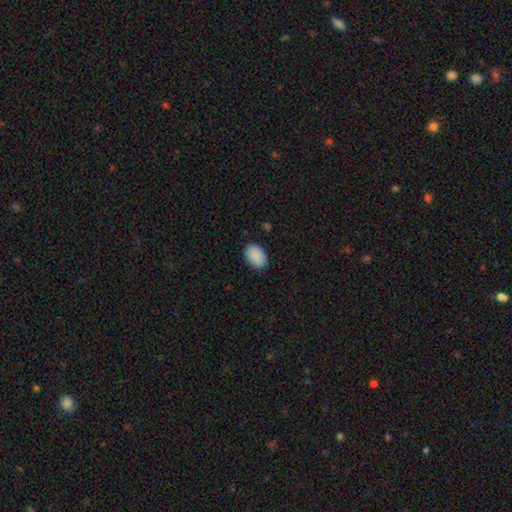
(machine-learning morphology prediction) Smooth or featured?
  - smooth: 90% *
  - star or artifact: 7%
  - featured or disk: 3%
How rounded?
  - in between: 85% *
  - round: 14%
  - cigar-shaped: 1%
Merging?
  - none: 84% *
  - minor disturbance: 12%
  - major disturbance: 2%
  - merger: 1%